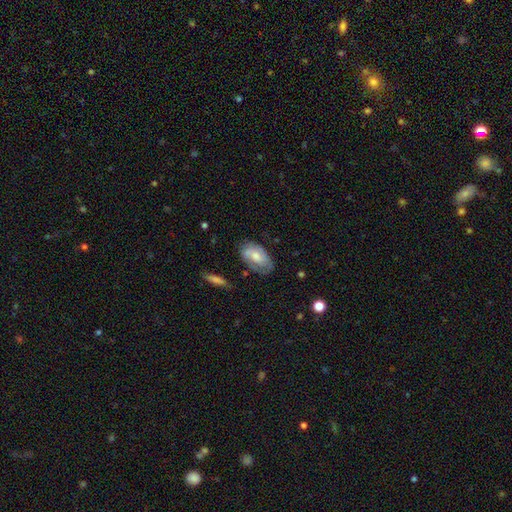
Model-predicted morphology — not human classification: smooth_or_featured: smooth (p=0.51) [alt: featured or disk p=0.43]
how_rounded: in between (p=0.92) [alt: round p=0.06]
merging: none (p=0.63) [alt: minor disturbance p=0.27]